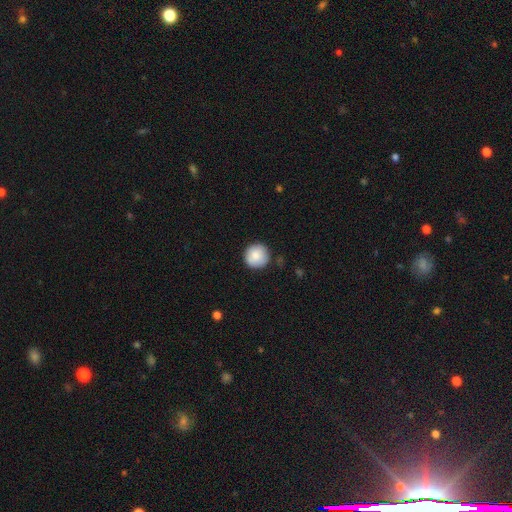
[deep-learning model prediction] Morphology: type=smooth (85%); roundness=round (94%); merging=none (86%).